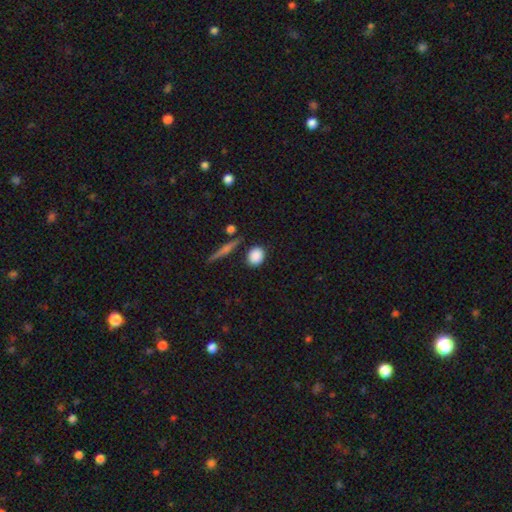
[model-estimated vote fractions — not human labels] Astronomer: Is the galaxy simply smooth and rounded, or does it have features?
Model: smooth — 86%.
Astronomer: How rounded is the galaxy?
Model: round — 67%.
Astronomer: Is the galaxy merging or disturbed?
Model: none — 82%.